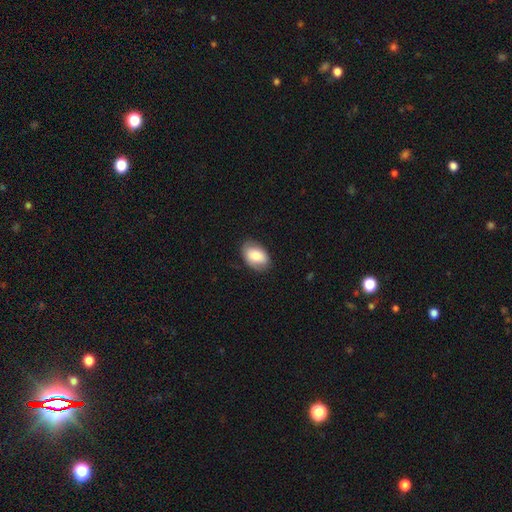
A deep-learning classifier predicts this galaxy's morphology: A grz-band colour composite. It shows a smooth galaxy with no disk features (79%) that is in between round and cigar-shaped (87%). Merging: none (80%).